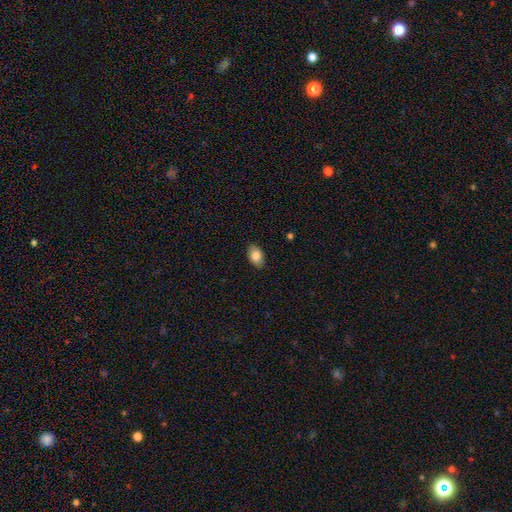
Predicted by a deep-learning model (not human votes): smooth_or_featured: smooth (p=0.82) [alt: featured or disk p=0.11]
how_rounded: in between (p=0.90) [alt: round p=0.08]
merging: none (p=0.86) [alt: minor disturbance p=0.11]